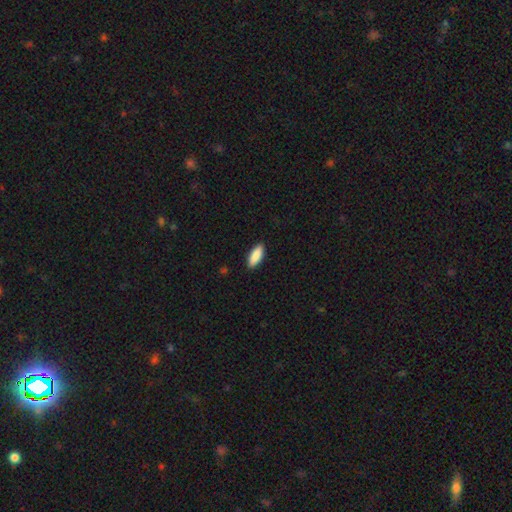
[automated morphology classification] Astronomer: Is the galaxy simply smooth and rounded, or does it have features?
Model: smooth — 90%.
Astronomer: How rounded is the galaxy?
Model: in between — 74%.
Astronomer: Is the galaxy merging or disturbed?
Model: none — 90%.